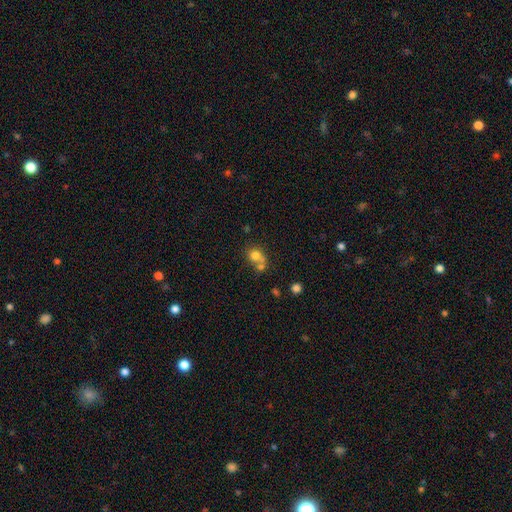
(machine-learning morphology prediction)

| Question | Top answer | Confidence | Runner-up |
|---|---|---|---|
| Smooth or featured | smooth | 74% | featured or disk (14%) |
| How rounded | round | 73% | in between (26%) |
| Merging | merger | 50% | none (37%) |